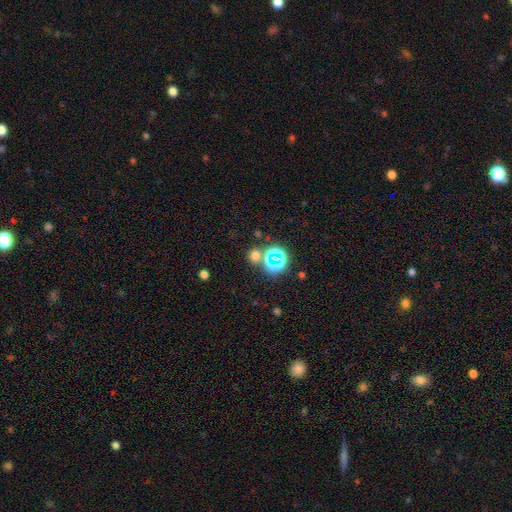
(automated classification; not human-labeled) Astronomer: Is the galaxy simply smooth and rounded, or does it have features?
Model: smooth — 58% (runner-up: star or artifact, 36%).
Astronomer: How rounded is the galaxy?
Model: round — 85%.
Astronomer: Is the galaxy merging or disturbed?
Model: none — 72%.